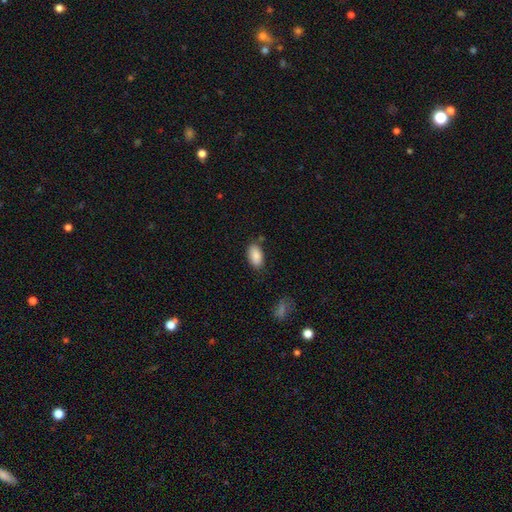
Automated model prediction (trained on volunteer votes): smooth 87%, star or artifact 7%, featured or disk 5%. Down the decision tree: how rounded — in between (93%); merging — none (76%).